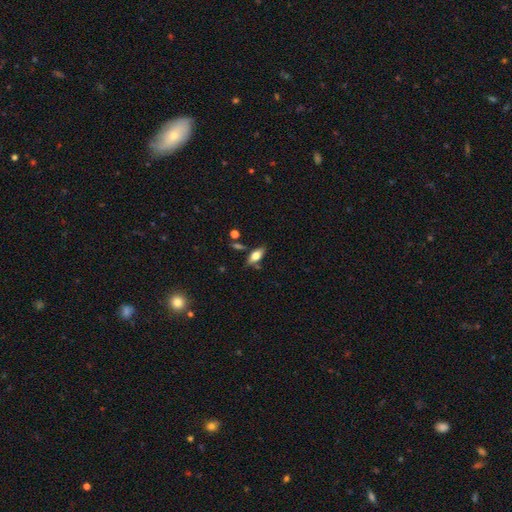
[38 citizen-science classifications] A smooth galaxy with no disk features (74%) that is in between round and cigar-shaped (89%).

Vote fractions:
- Smooth or featured? smooth: 74% / featured or disk: 18% / star or artifact: 8%
- How rounded? in between: 89% / cigar-shaped: 7% / round: 4%
- Merging? none: 66% / minor disturbance: 20% / merger: 9% / major disturbance: 6%